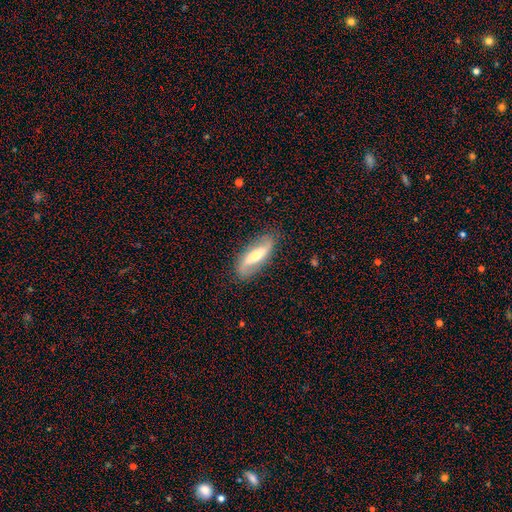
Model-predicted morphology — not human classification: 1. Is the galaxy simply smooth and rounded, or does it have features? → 73% featured or disk, 22% smooth, 6% star or artifact.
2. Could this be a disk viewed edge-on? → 84% no, 16% yes.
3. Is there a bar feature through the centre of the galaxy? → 41% strong, 33% weak, 26% no.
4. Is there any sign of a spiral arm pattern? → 88% yes, 12% no.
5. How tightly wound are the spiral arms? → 66% loose, 23% medium, 11% tight.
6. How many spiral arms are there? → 89% 2, 4% can't tell, 3% 1, 1% 3, 1% 4, 1% more than 4.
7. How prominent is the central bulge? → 63% moderate, 26% small, 8% large, 2% none, 1% dominant.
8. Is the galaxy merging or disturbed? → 83% none, 12% minor disturbance, 3% major disturbance, 1% merger.